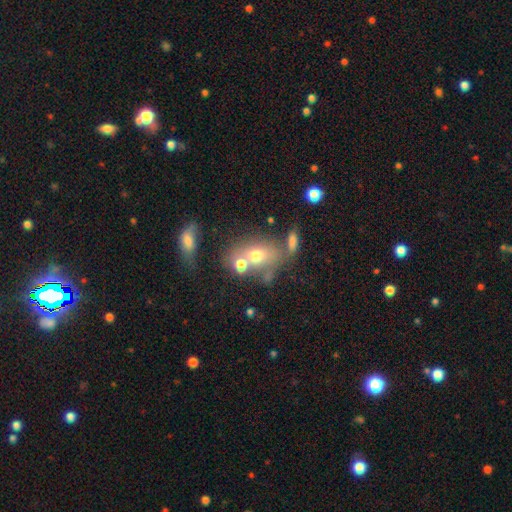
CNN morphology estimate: Smooth or featured: smooth — 62% (featured or disk — 25%)
How rounded: in between — 68% (round — 29%)
Merging: merger — 39% (tied with none — 39%)